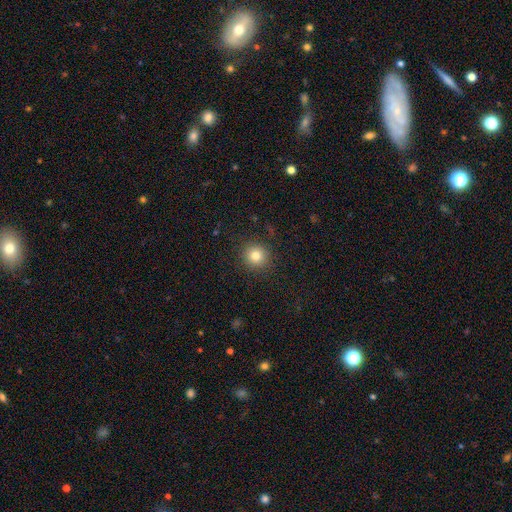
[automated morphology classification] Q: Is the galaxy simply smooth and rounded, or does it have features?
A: smooth — 80%.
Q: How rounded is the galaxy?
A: round — 93%.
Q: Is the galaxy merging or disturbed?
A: none — 90%.